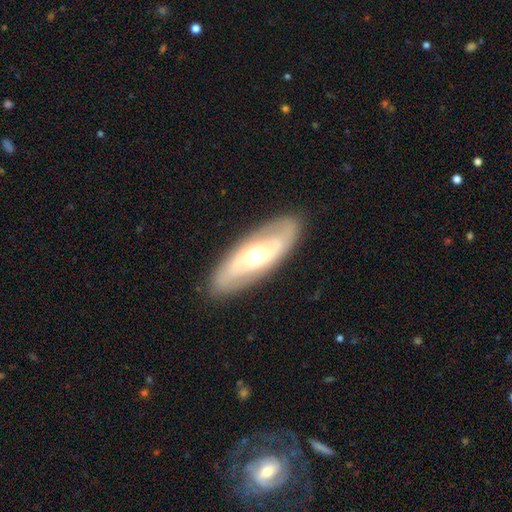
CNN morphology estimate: type=featured or disk (60%); edge-on=no (78%); merging=none (85%).